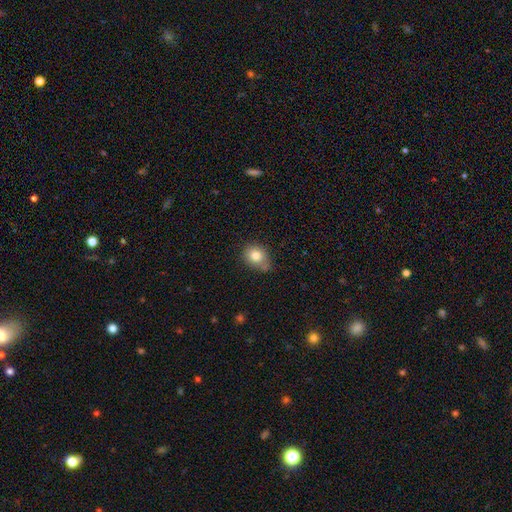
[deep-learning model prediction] Smooth or featured: smooth — 81% (star or artifact — 10%)
How rounded: round — 61% (in between — 38%)
Merging: none — 58% (minor disturbance — 28%)